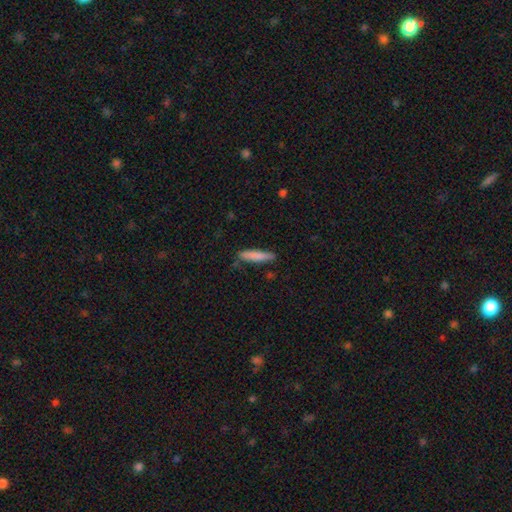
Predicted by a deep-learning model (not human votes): Smooth or featured?
  - smooth: 80% *
  - featured or disk: 14%
  - star or artifact: 6%
How rounded?
  - cigar-shaped: 88% *
  - in between: 10%
  - round: 1%
Merging?
  - none: 80% *
  - minor disturbance: 15%
  - major disturbance: 3%
  - merger: 2%